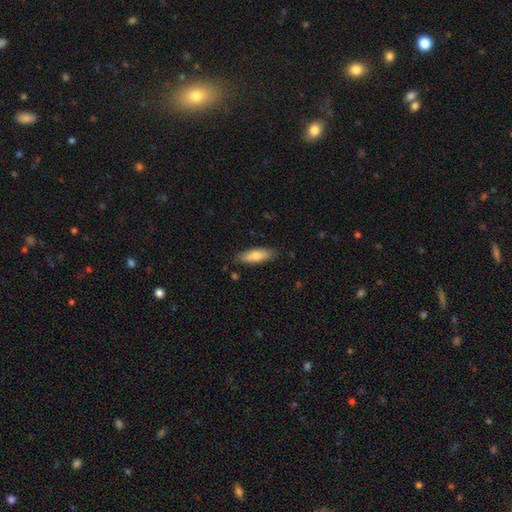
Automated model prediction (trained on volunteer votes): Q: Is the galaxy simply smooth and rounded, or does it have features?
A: smooth — 76%.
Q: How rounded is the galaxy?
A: in between — 53%.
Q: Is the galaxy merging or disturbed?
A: none — 83%.